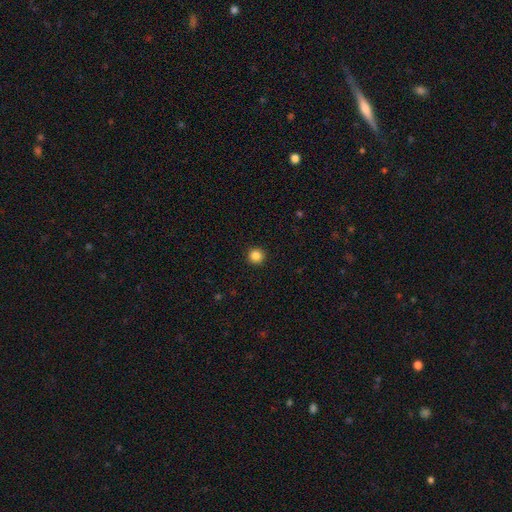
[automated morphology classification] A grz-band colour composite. It shows a smooth galaxy with no disk features (86%) that is round (95%). Merging: none (93%).